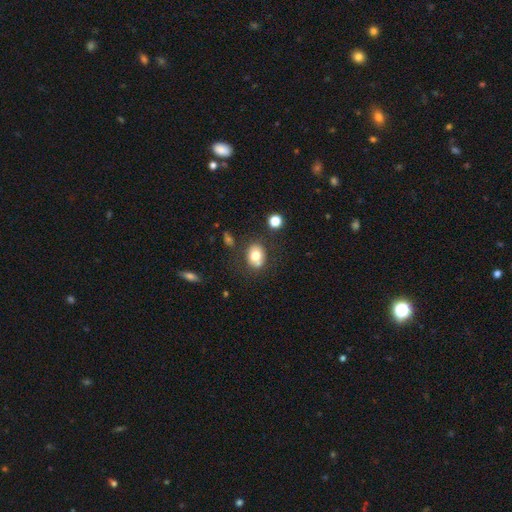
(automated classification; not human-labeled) This appears to be a smooth galaxy with no disk features (73%) that is in between round and cigar-shaped (55%). Merging: none (69%).